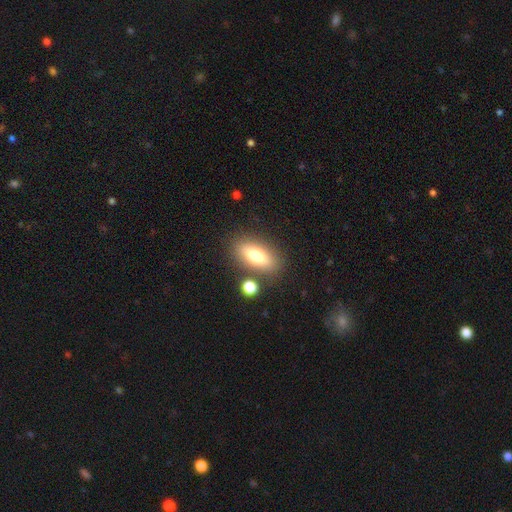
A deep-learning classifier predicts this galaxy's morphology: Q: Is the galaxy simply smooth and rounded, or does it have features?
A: smooth — 71%.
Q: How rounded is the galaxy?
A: in between — 80%.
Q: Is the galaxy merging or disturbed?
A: none — 79%.